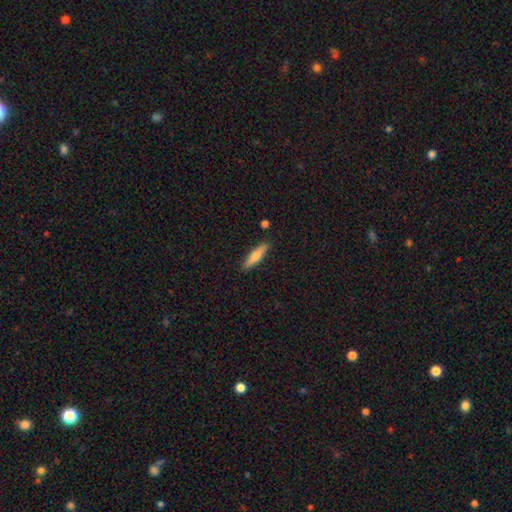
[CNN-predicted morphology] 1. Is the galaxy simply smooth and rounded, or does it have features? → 69% smooth, 25% featured or disk, 6% star or artifact.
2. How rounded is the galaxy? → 78% cigar-shaped, 21% in between, 2% round.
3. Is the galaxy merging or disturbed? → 88% none, 8% minor disturbance, 2% merger, 2% major disturbance.